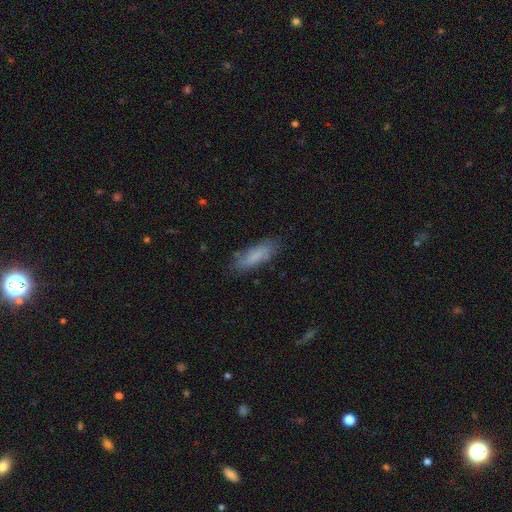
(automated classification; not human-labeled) This appears to be a smooth galaxy with no disk features (77%) that is in between round and cigar-shaped (54%). Merging: none (77%).